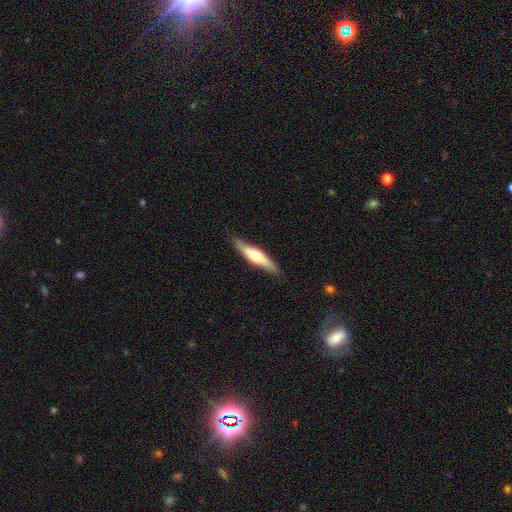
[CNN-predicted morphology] smooth-or-featured: featured or disk: 54% | smooth: 40% | star or artifact: 5%
  disk-edge-on: yes: 92% | no: 8%
  merging: none: 86% | minor disturbance: 11% | major disturbance: 2% | merger: 1%